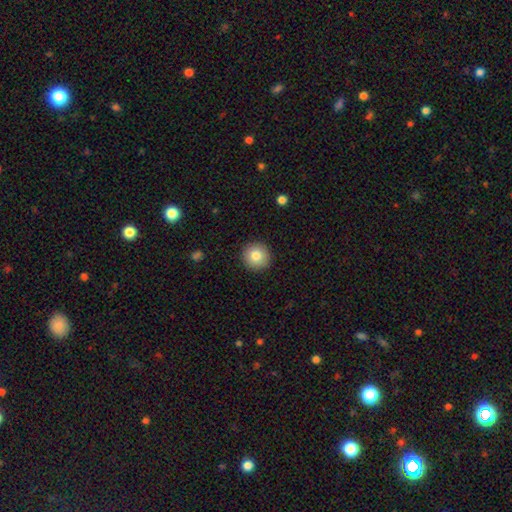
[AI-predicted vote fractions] A smooth galaxy with no disk features (81%) that is round (95%). Merging: none (92%).